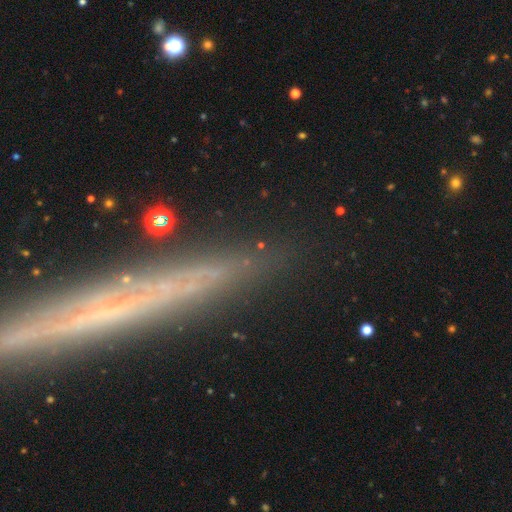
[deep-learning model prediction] Q: Smooth or featured?
A: featured or disk (62%); runner-up: smooth (24%)
Q: Edge-on disk?
A: yes (88%); runner-up: no (12%)
Q: Edge-on bulge?
A: none (81%); runner-up: rounded (11%)
Q: Merging?
A: none (84%); runner-up: minor disturbance (10%)